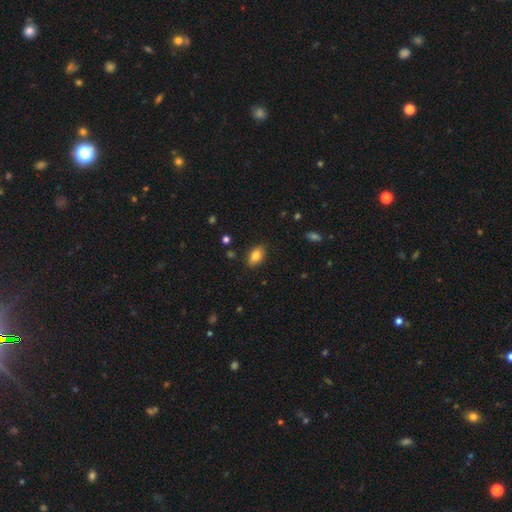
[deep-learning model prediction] A smooth galaxy with no disk features (82%) that is in between round and cigar-shaped (88%). Merging: none (85%).